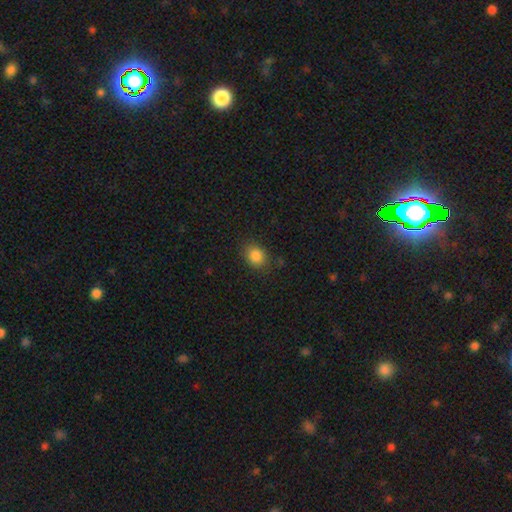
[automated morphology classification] This appears to be a smooth galaxy with no disk features (85%) that is in between round and cigar-shaped (54%). Merging: none (81%).